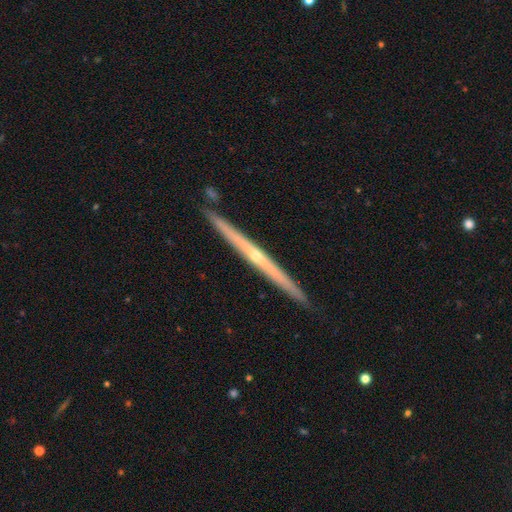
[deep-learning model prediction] smooth-or-featured: featured or disk: 78% | smooth: 17% | star or artifact: 5%
  disk-edge-on: yes: 98% | no: 2%
    edge-on-bulge: rounded: 60% | none: 38% | boxy: 2%
  merging: none: 90% | minor disturbance: 7% | merger: 2% | major disturbance: 1%